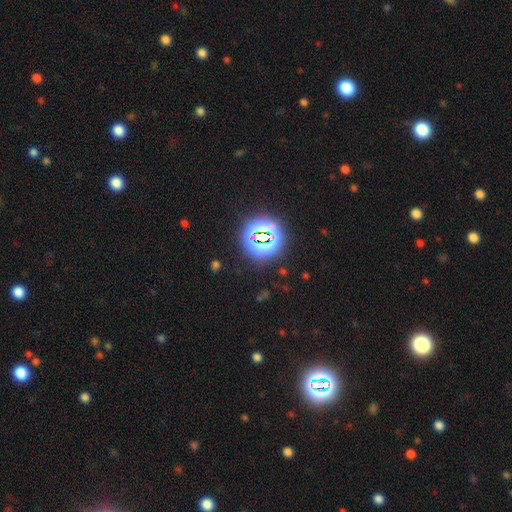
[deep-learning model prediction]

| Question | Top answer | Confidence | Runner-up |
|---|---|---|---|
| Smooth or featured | star or artifact | 82% | smooth (11%) |